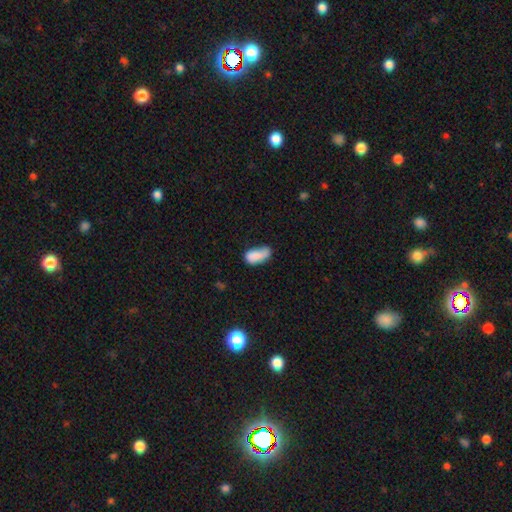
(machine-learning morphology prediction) This is clearly a smooth galaxy (81%). How rounded: clearly in between (91%). Merging: marginally none (39%).